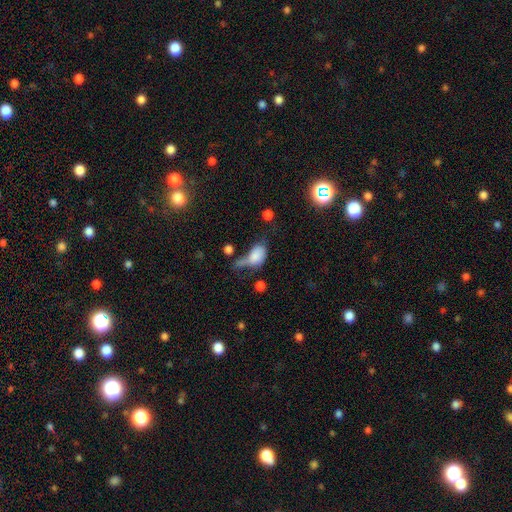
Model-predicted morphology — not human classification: smooth 75%, featured or disk 15%, star or artifact 10%. Down the decision tree: how rounded — in between (85%); merging — major disturbance (34%).